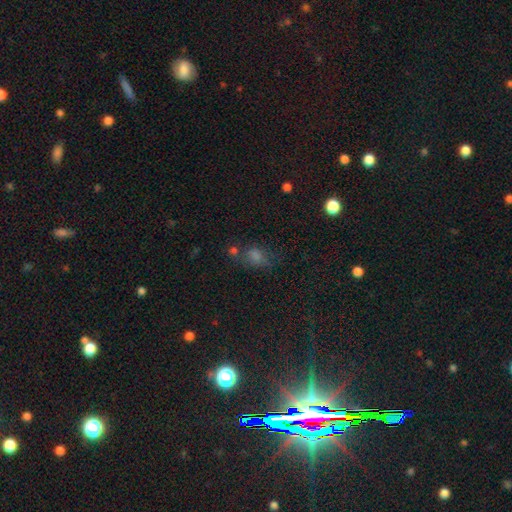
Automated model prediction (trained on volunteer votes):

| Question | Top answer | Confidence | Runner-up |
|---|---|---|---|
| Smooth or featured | smooth | 54% | star or artifact (34%) |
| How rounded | in between | 63% | round (33%) |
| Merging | none | 62% | minor disturbance (18%) |